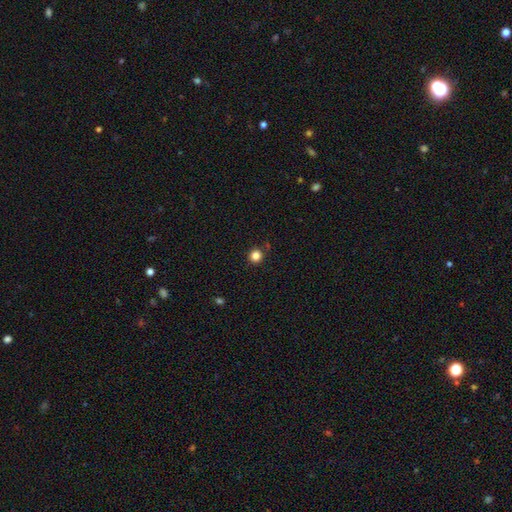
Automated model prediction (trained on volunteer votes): smooth 83%, star or artifact 13%, featured or disk 4%. Down the decision tree: how rounded — round (94%); merging — none (89%).